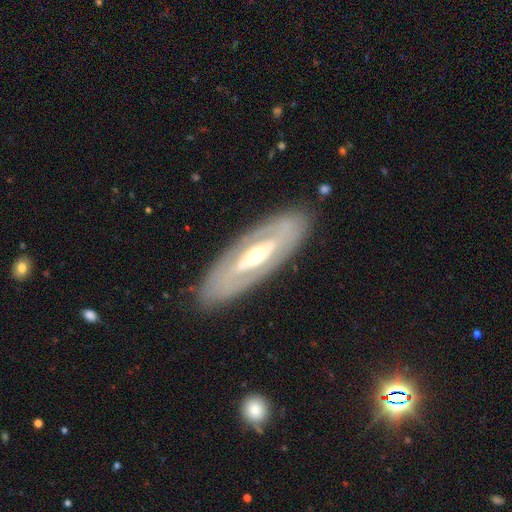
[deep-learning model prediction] A featured or disk galaxy (72%) with no bar (51%), no spiral arms (69%) and a moderate central bulge (68%). Merging: none (85%).